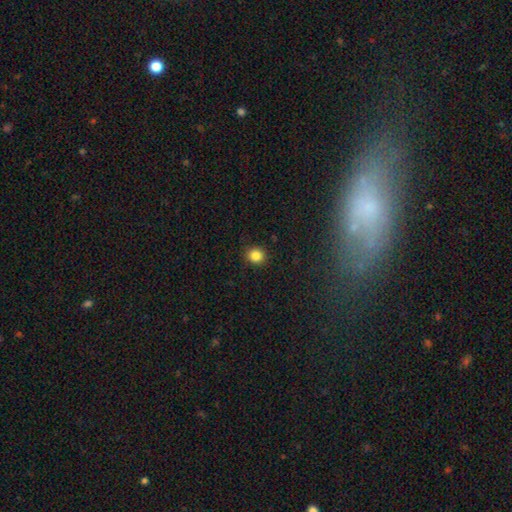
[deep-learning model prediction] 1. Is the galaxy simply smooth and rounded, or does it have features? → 85% smooth, 11% star or artifact, 4% featured or disk.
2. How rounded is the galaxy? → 88% round, 11% in between, 1% cigar-shaped.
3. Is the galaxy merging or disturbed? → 91% none, 6% minor disturbance, 2% major disturbance, 1% merger.